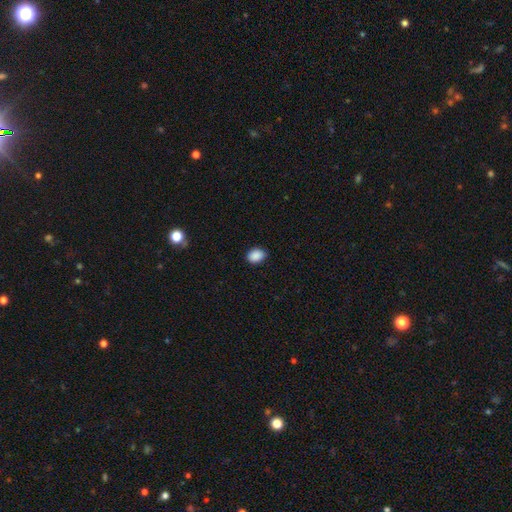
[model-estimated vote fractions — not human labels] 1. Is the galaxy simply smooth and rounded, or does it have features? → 89% smooth, 8% star or artifact, 3% featured or disk.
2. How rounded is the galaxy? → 67% in between, 32% round, 1% cigar-shaped.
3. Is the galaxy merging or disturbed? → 82% none, 14% minor disturbance, 2% major disturbance, 1% merger.